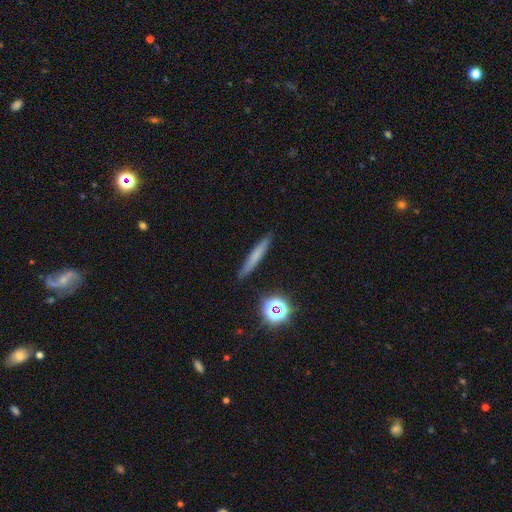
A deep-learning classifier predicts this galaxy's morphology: smooth-or-featured: smooth: 62% | featured or disk: 27% | star or artifact: 11%
  how-rounded: cigar-shaped: 92% | in between: 5% | round: 3%
  merging: none: 89% | minor disturbance: 8% | major disturbance: 2% | merger: 1%